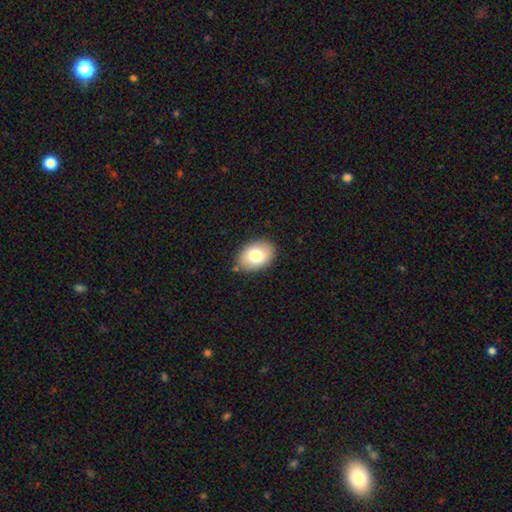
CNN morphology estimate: Overall: smooth (78%). How rounded: in between (83%). Merging: none (85%).